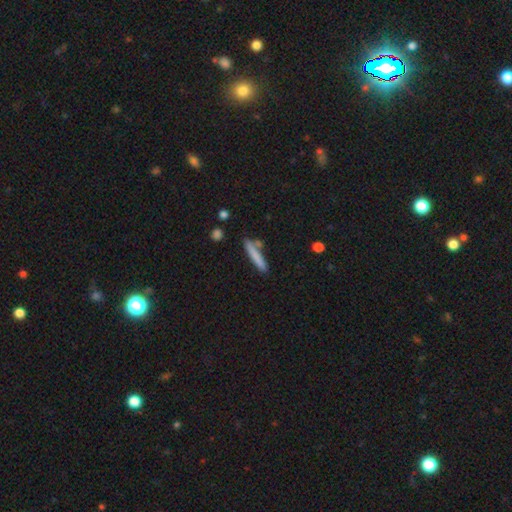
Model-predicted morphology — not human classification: The model was most divided on "smooth or featured": smooth: 76%, featured or disk: 18%, star or artifact: 6%. More confident: how rounded — cigar-shaped (93%); merging — none (75%).